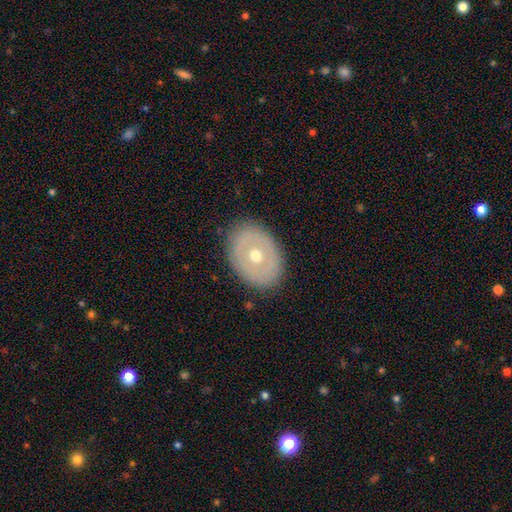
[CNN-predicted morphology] smooth_or_featured: featured or disk (p=0.53) [alt: smooth p=0.41]
disk_edge_on: no (p=0.91) [alt: yes p=0.09]
merging: none (p=0.85) [alt: minor disturbance p=0.11]